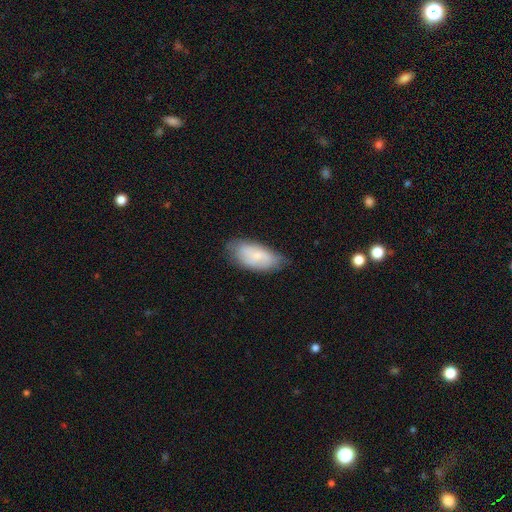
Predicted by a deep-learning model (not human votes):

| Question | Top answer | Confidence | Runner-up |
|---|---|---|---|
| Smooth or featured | smooth | 68% | featured or disk (25%) |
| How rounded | in between | 90% | cigar-shaped (8%) |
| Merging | none | 70% | minor disturbance (24%) |